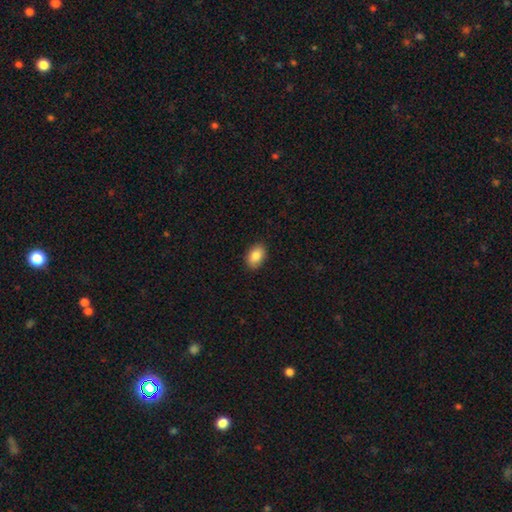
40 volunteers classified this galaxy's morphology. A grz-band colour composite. It shows a smooth galaxy with no disk features (92%) that is in between round and cigar-shaped (97%). Merging: none (84%).